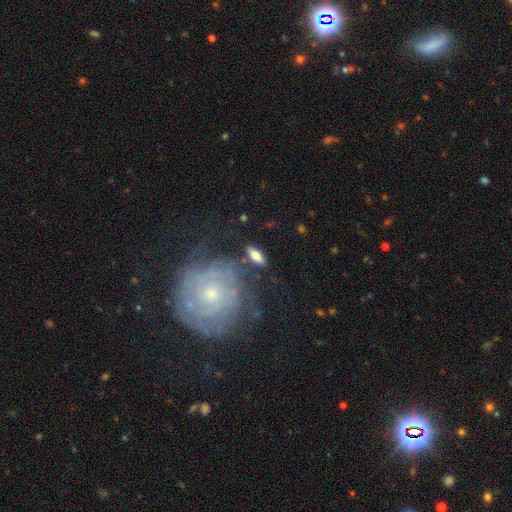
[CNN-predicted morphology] smooth 70%, featured or disk 24%, star or artifact 7%. Down the decision tree: how rounded — in between (71%); merging — none (78%).